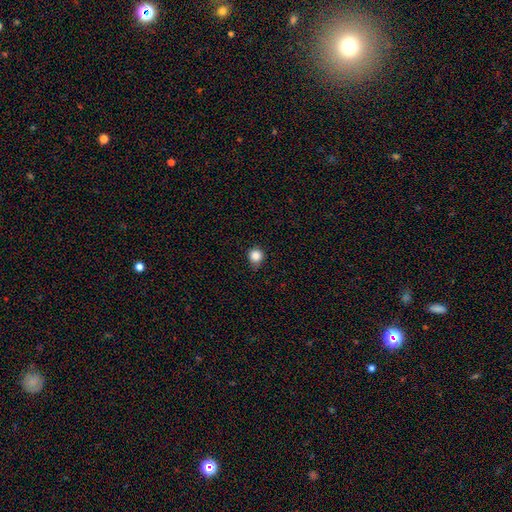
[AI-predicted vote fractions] The model was most divided on "merging": none: 76%, minor disturbance: 20%, major disturbance: 4%, merger: 1%. More confident: how rounded — round (92%); smooth or featured — smooth (85%).